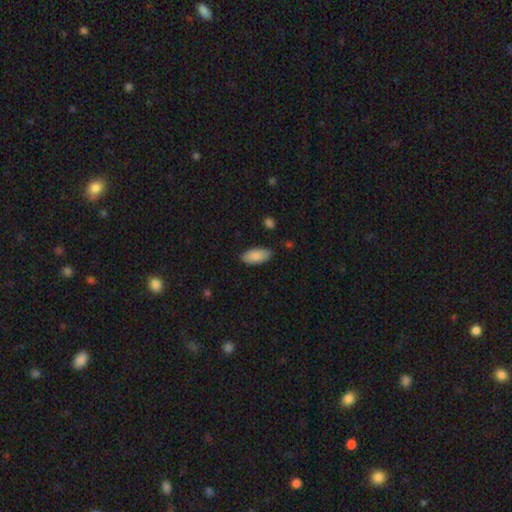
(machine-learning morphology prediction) Smooth or featured: smooth — 88% (star or artifact — 6%)
How rounded: in between — 90% (cigar-shaped — 8%)
Merging: none — 84% (minor disturbance — 12%)